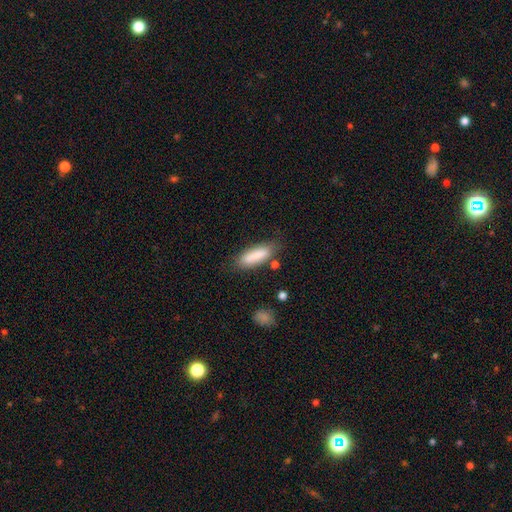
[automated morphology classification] smooth 85%, featured or disk 9%, star or artifact 7%. Down the decision tree: how rounded — cigar-shaped (51%); merging — none (75%).